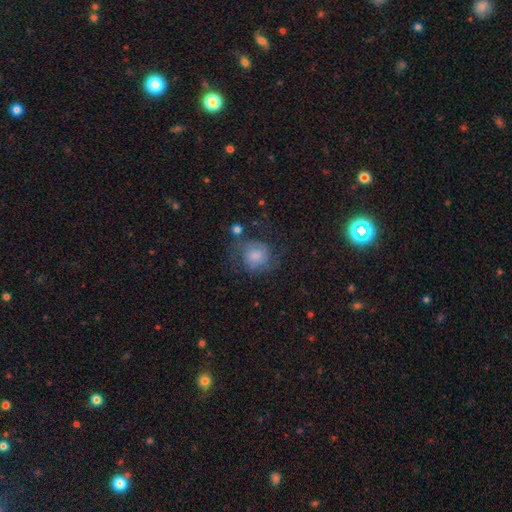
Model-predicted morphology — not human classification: A smooth galaxy with no disk features (50%) that is round (78%).

Vote fractions:
- Smooth or featured? smooth: 50% / featured or disk: 40% / star or artifact: 10%
- How rounded? round: 78% / in between: 21% / cigar-shaped: 1%
- Merging? none: 50% / minor disturbance: 24% / major disturbance: 22% / merger: 5%